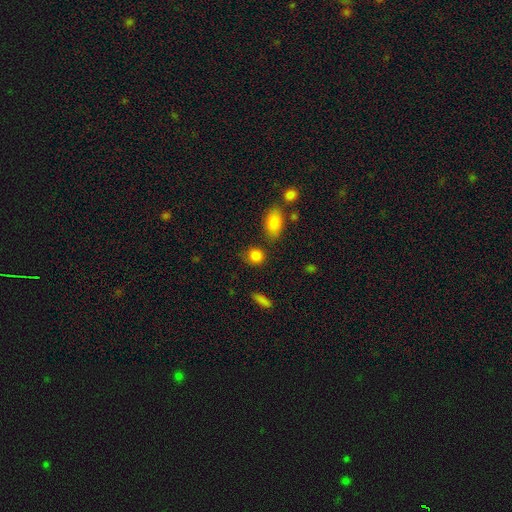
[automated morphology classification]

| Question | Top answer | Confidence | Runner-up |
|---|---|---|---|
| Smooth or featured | smooth | 85% | star or artifact (9%) |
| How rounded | round | 73% | in between (25%) |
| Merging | none | 77% | minor disturbance (14%) |